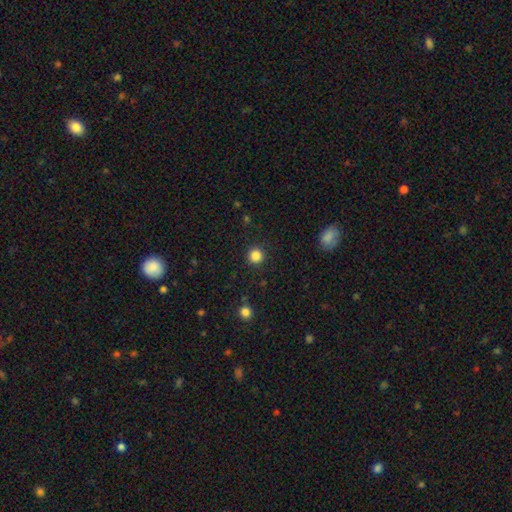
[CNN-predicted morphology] A smooth galaxy with no disk features (85%) that is round (94%). Merging: none (92%).